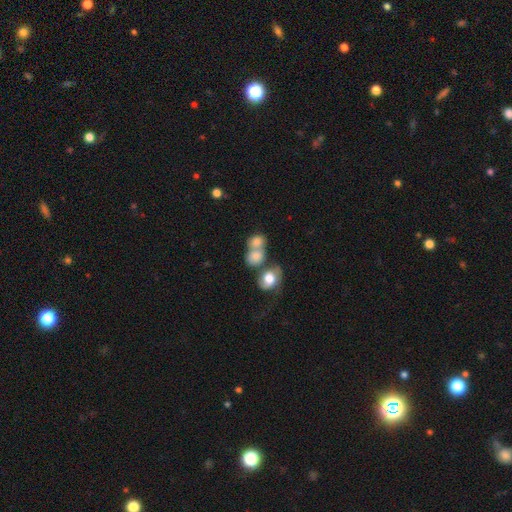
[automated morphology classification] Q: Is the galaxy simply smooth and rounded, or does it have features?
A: smooth — 69%.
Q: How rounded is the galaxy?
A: round — 55%.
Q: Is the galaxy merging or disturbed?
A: merger — 56%.